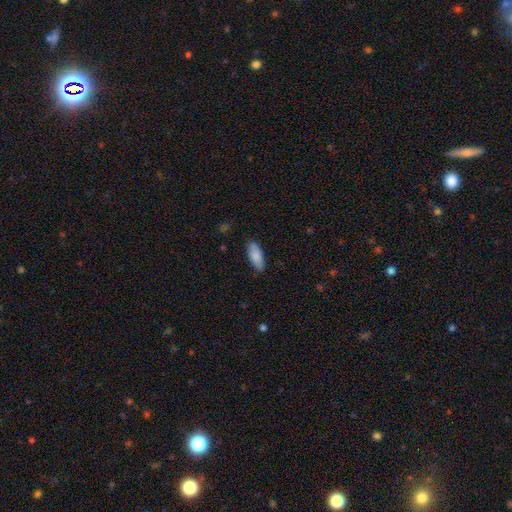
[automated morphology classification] This is clearly a smooth galaxy (84%). How rounded: likely in between (73%). Merging: clearly none (85%).